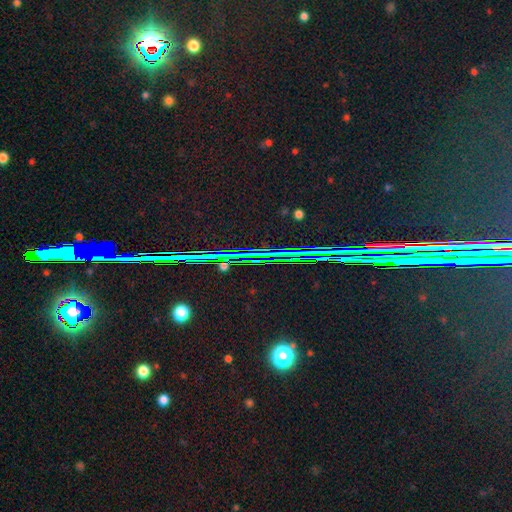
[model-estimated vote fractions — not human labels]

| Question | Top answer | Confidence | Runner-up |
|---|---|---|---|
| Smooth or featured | star or artifact | 85% | featured or disk (8%) |